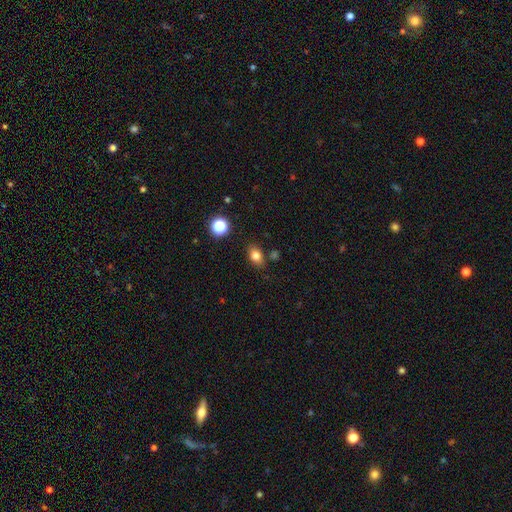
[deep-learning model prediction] smooth_or_featured: smooth (p=0.80) [alt: star or artifact p=0.12]
how_rounded: in between (p=0.75) [alt: round p=0.23]
merging: none (p=0.80) [alt: minor disturbance p=0.12]